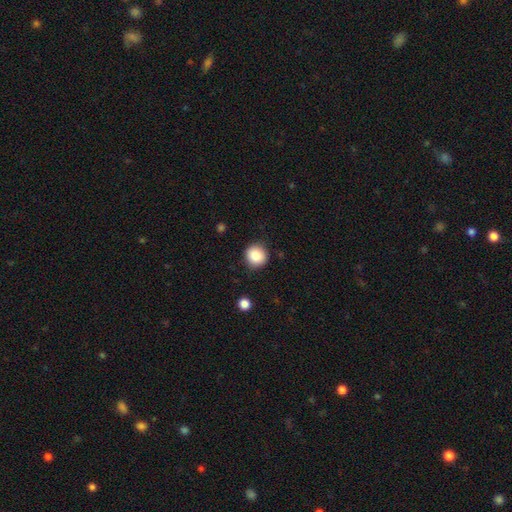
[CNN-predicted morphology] A smooth galaxy with no disk features (87%) that is round (92%).

Vote fractions:
- Smooth or featured? smooth: 87% / star or artifact: 9% / featured or disk: 4%
- How rounded? round: 92% / in between: 7% / cigar-shaped: 1%
- Merging? none: 87% / minor disturbance: 9% / major disturbance: 2% / merger: 1%